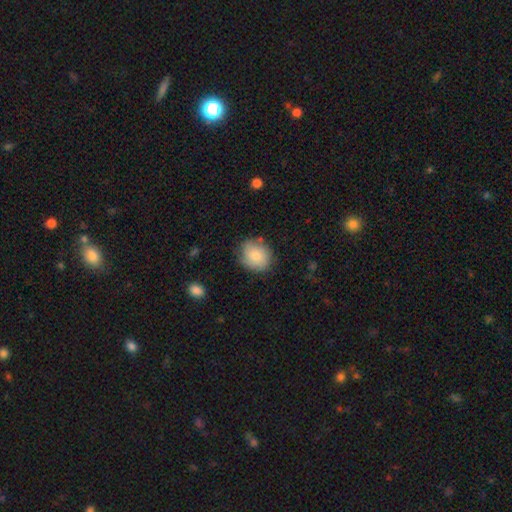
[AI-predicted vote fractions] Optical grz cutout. It shows a smooth galaxy with no disk features (80%) that is round (60%). Merging: none (75%).